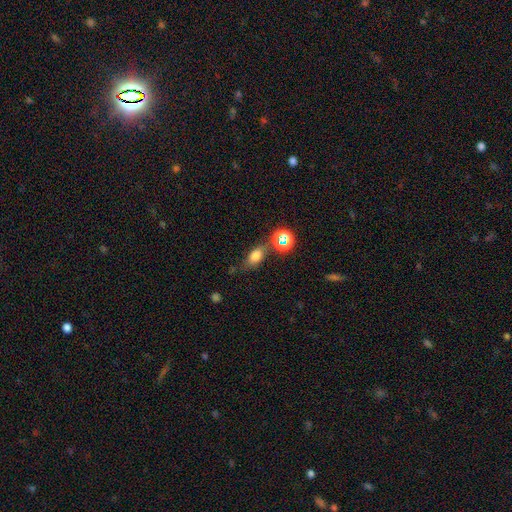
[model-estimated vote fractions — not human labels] Smooth or featured?
  - smooth: 69% *
  - star or artifact: 16%
  - featured or disk: 15%
How rounded?
  - in between: 73% *
  - round: 19%
  - cigar-shaped: 9%
Merging?
  - none: 64% *
  - minor disturbance: 19%
  - merger: 10%
  - major disturbance: 7%